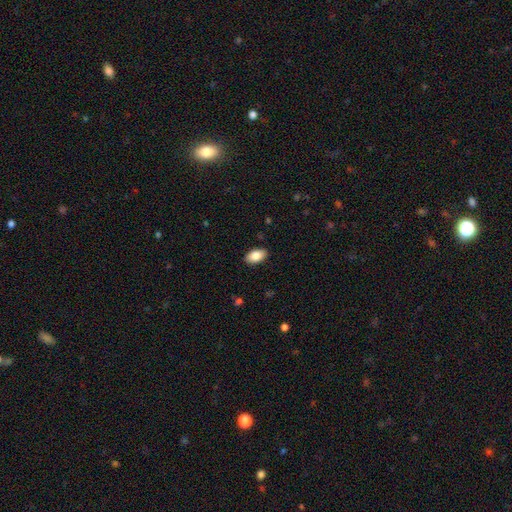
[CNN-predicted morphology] Q: Smooth or featured?
A: smooth (85%); runner-up: featured or disk (8%)
Q: How rounded?
A: in between (94%); runner-up: round (4%)
Q: Merging?
A: none (89%); runner-up: minor disturbance (8%)